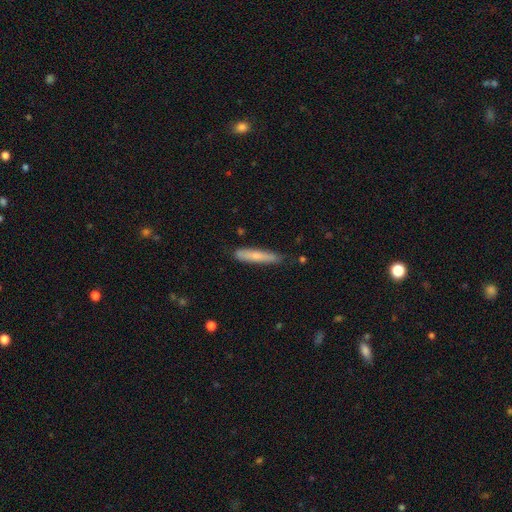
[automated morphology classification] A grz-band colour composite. It shows a smooth galaxy with no disk features (70%) that is cigar-shaped (91%). Merging: none (78%).